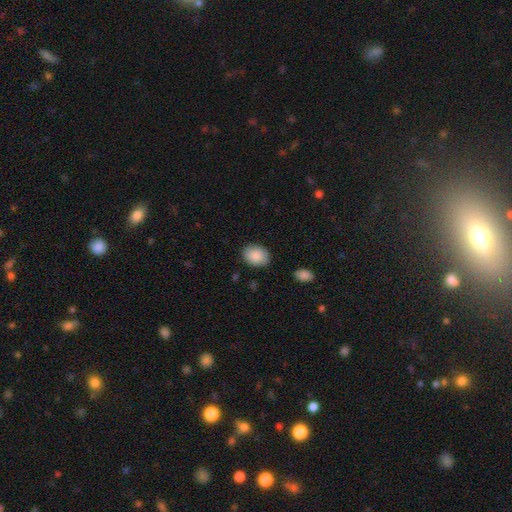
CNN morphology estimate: Smooth or featured? Predicted: smooth (p=0.88). How rounded? Predicted: in between (p=0.65). Merging? Predicted: none (p=0.85).